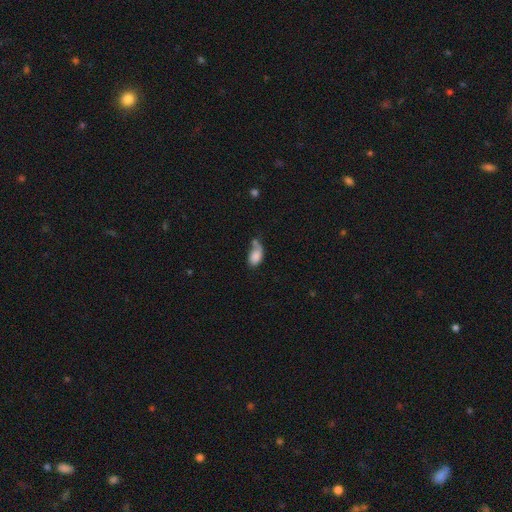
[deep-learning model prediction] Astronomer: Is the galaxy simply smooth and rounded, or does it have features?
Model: smooth — 75%.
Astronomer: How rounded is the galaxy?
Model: in between — 87%.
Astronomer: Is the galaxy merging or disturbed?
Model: none — 29% (runner-up: merger, 24%).